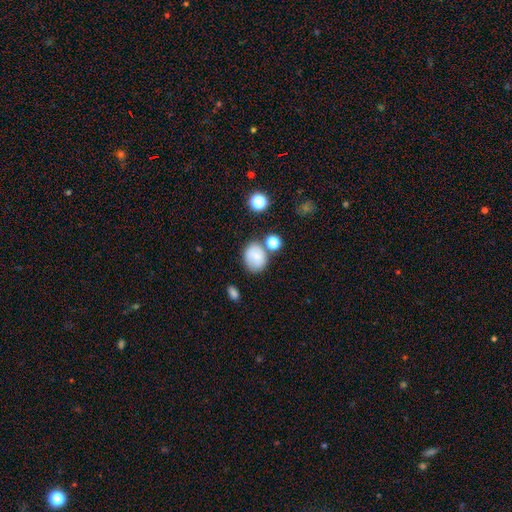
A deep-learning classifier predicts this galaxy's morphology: Overall: smooth (74%). How rounded: round (55%; in between 44%). Merging: none (68%).